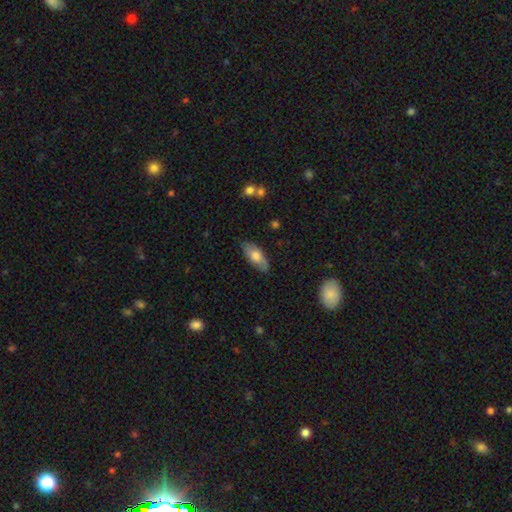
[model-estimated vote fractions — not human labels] Overall: smooth (68%). How rounded: in between (83%). Merging: none (78%).